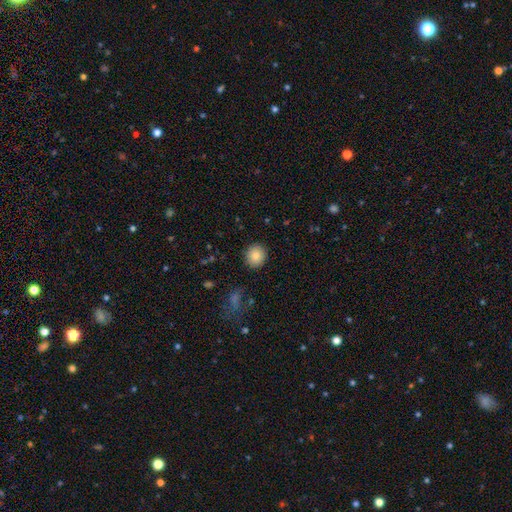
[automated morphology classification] The model was most divided on "how rounded": round: 84%, in between: 15%, cigar-shaped: 1%. More confident: merging — none (89%); smooth or featured — smooth (83%).